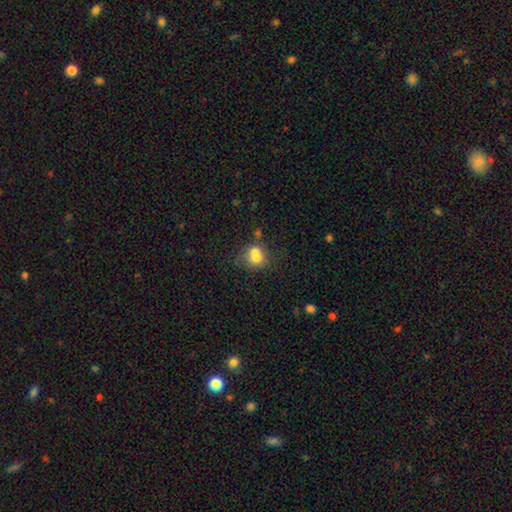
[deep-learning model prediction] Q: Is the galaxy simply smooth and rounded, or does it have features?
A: smooth — 68%.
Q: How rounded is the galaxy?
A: round — 74%.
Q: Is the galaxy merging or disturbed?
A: merger — 56%.